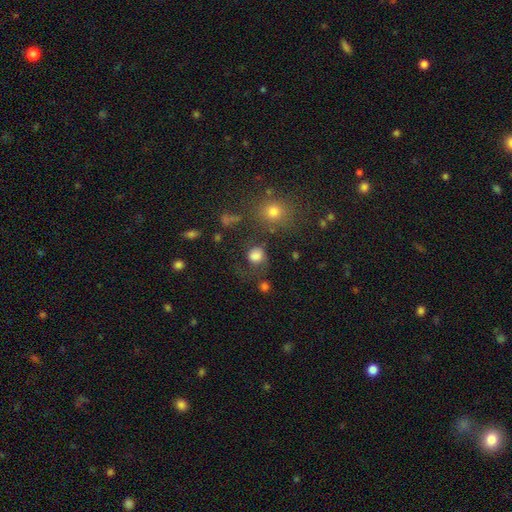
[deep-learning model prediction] This is likely a smooth galaxy (75%). How rounded: likely round (77%). Merging: possibly none (50%).